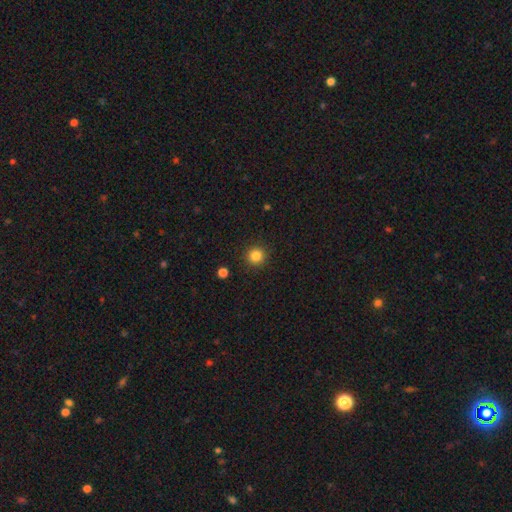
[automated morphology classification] A smooth galaxy with no disk features (84%) that is round (95%).

Vote fractions:
- Smooth or featured? smooth: 84% / star or artifact: 12% / featured or disk: 4%
- How rounded? round: 95% / in between: 5% / cigar-shaped: 1%
- Merging? none: 92% / minor disturbance: 5% / major disturbance: 2% / merger: 1%